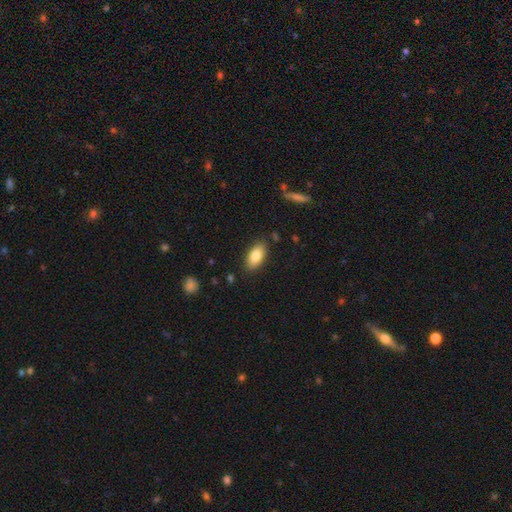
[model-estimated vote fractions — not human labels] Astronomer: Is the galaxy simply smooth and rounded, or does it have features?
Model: smooth — 83%.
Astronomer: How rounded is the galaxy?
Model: in between — 91%.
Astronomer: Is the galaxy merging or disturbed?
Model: none — 85%.